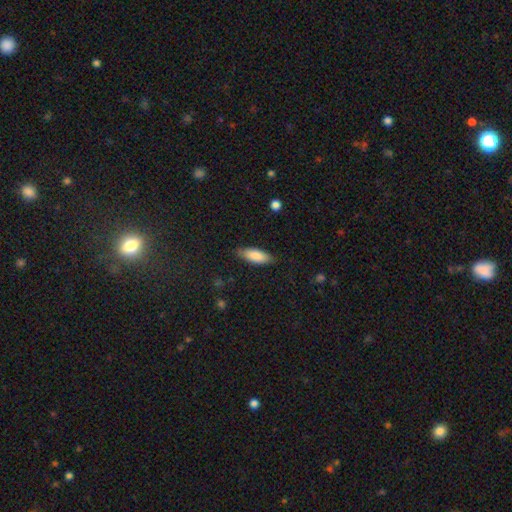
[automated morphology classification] Smooth or featured: smooth — 86% (featured or disk — 9%)
How rounded: in between — 72% (cigar-shaped — 26%)
Merging: none — 82% (minor disturbance — 14%)